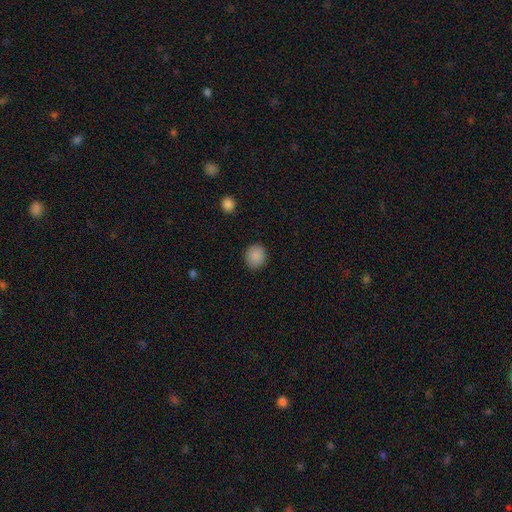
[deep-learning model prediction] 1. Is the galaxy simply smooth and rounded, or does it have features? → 88% smooth, 9% star or artifact, 3% featured or disk.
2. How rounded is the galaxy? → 88% round, 11% in between, 1% cigar-shaped.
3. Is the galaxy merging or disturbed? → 91% none, 6% minor disturbance, 2% major disturbance, 1% merger.